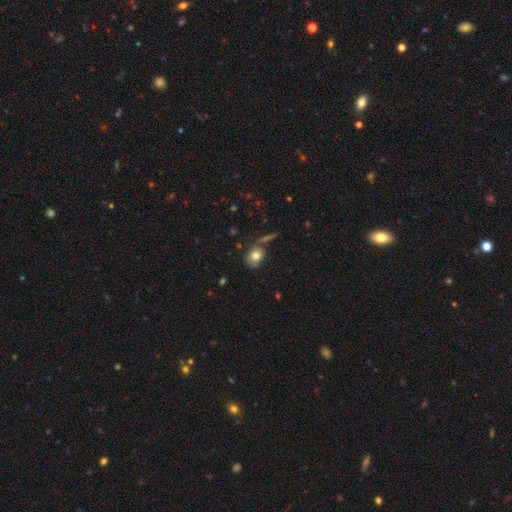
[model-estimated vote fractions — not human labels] A smooth galaxy with no disk features (77%) that is in between round and cigar-shaped (64%).

Vote fractions:
- Smooth or featured? smooth: 77% / featured or disk: 13% / star or artifact: 9%
- How rounded? in between: 64% / round: 34% / cigar-shaped: 2%
- Merging? none: 62% / minor disturbance: 18% / merger: 13% / major disturbance: 7%